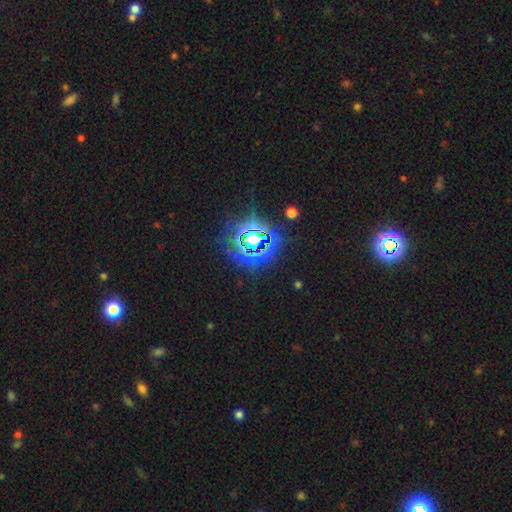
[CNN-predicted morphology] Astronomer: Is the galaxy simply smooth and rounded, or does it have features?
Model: star or artifact — 82%.